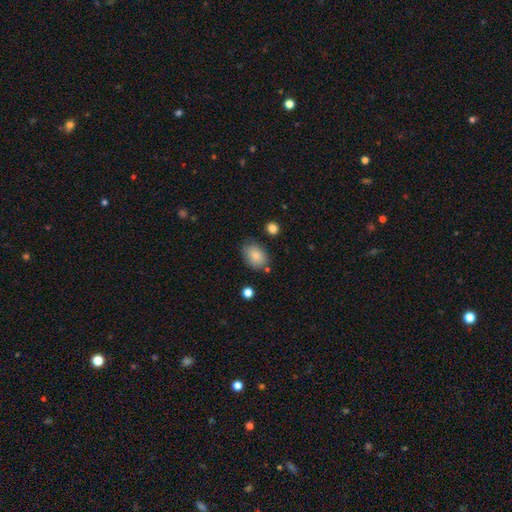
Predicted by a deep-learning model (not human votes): smooth-or-featured: smooth: 84% | featured or disk: 8% | star or artifact: 8%
  how-rounded: in between: 76% | round: 23% | cigar-shaped: 1%
  merging: none: 73% | minor disturbance: 19% | merger: 4% | major disturbance: 4%